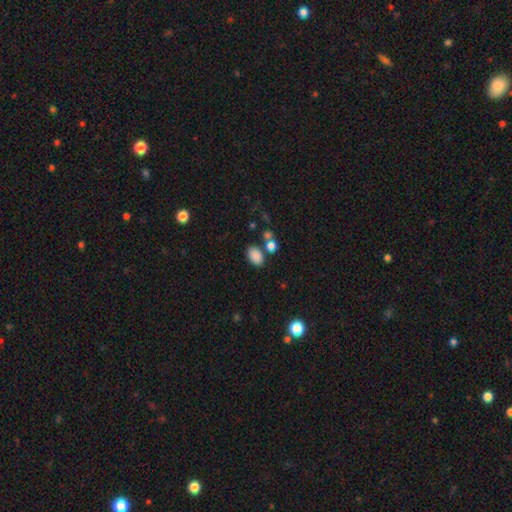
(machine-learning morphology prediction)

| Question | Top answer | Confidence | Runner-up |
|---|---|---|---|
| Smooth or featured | smooth | 86% | star or artifact (10%) |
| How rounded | in between | 85% | round (14%) |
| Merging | none | 70% | merger (14%) |